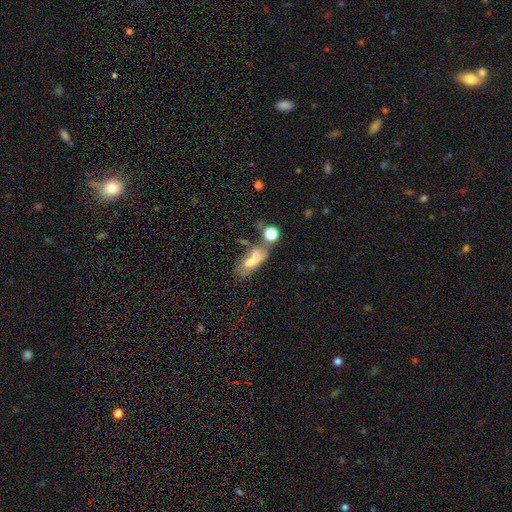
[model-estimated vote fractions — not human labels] Smooth or featured?
  - smooth: 52% *
  - featured or disk: 36%
  - star or artifact: 12%
How rounded?
  - in between: 73% *
  - round: 17%
  - cigar-shaped: 10%
Merging?
  - merger: 61% *
  - none: 19%
  - major disturbance: 11%
  - minor disturbance: 9%